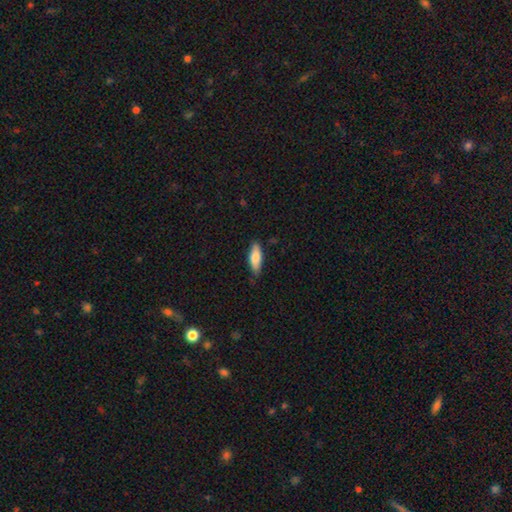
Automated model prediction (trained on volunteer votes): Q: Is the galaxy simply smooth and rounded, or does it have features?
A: smooth — 77%.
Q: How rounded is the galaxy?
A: in between — 62%.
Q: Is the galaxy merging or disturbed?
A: none — 79%.